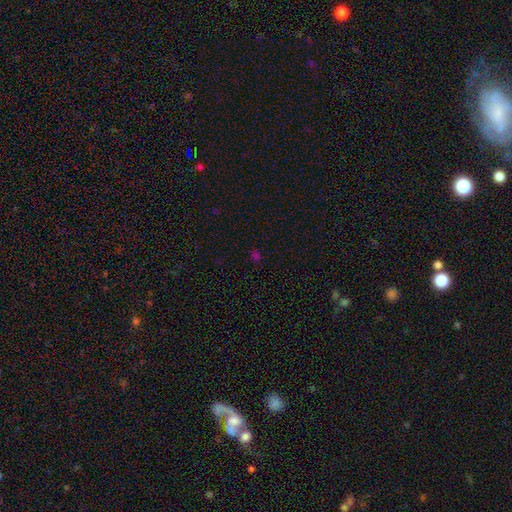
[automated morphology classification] smooth 51%, star or artifact 43%, featured or disk 5%. Down the decision tree: how rounded — round (62%); merging — none (80%).